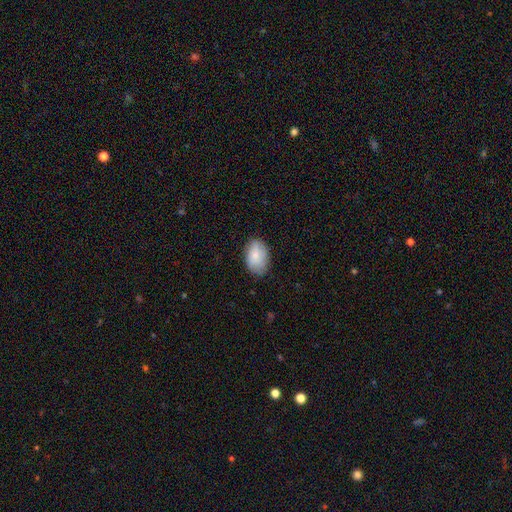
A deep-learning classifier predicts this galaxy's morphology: Smooth or featured?
  - smooth: 81% *
  - featured or disk: 13%
  - star or artifact: 6%
How rounded?
  - in between: 88% *
  - round: 11%
  - cigar-shaped: 1%
Merging?
  - none: 76% *
  - minor disturbance: 19%
  - major disturbance: 4%
  - merger: 1%